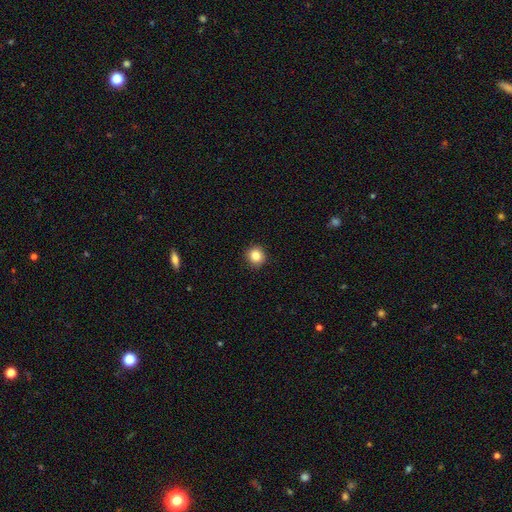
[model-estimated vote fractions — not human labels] Morphology: type=smooth (84%); roundness=round (91%); merging=none (91%).